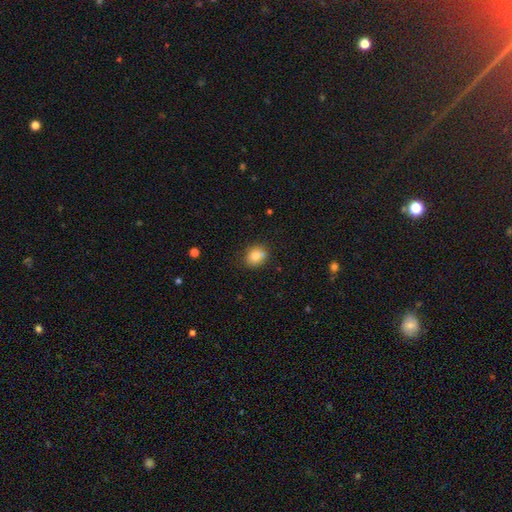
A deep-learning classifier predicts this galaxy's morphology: smooth_or_featured: smooth (p=0.81) [alt: star or artifact p=0.10]
how_rounded: round (p=0.60) [alt: in between p=0.39]
merging: none (p=0.78) [alt: minor disturbance p=0.16]